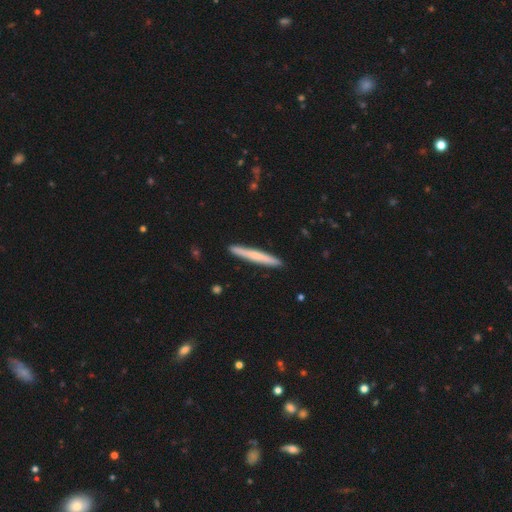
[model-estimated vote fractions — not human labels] This appears to be a smooth galaxy with no disk features (59%) that is cigar-shaped (96%). Merging: none (91%).